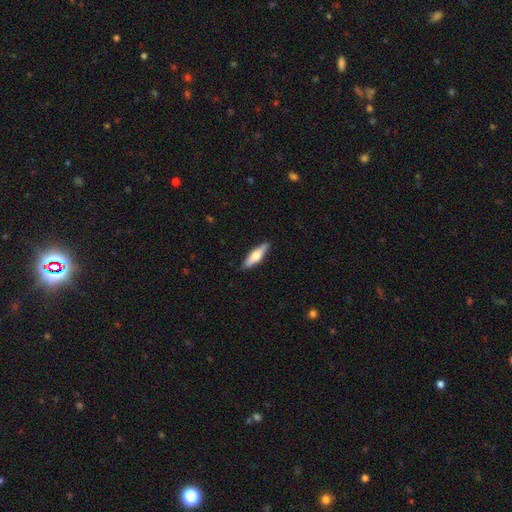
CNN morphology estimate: smooth 55%, featured or disk 40%, star or artifact 5%. Down the decision tree: how rounded — cigar-shaped (64%); merging — none (88%).